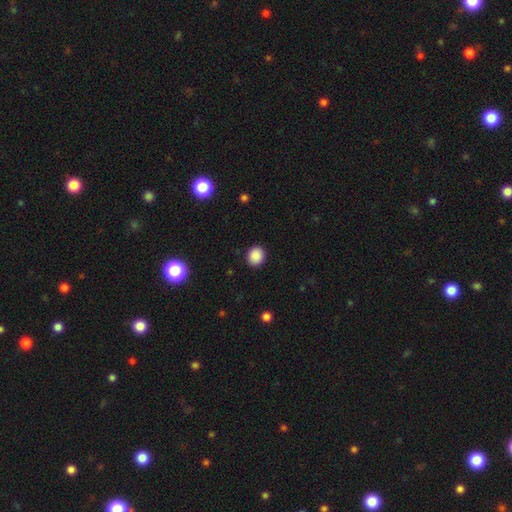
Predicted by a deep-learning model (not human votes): Smooth or featured? Predicted: smooth (p=0.88). How rounded? Predicted: round (p=0.83). Merging? Predicted: none (p=0.91).